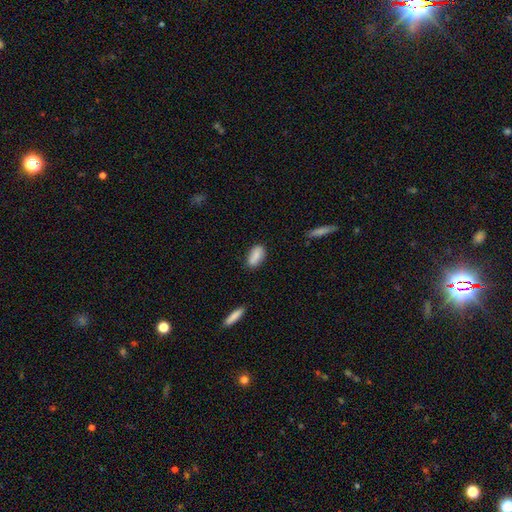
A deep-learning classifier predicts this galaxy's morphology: A smooth galaxy with no disk features (85%) that is in between round and cigar-shaped (89%).

Vote fractions:
- Smooth or featured? smooth: 85% / featured or disk: 7% / star or artifact: 7%
- How rounded? in between: 89% / cigar-shaped: 8% / round: 4%
- Merging? none: 77% / minor disturbance: 17% / major disturbance: 3% / merger: 3%